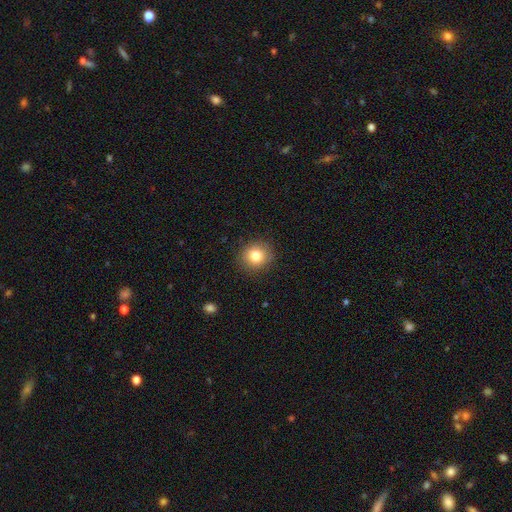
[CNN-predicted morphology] Smooth or featured?
  - smooth: 82% *
  - star or artifact: 11%
  - featured or disk: 8%
How rounded?
  - round: 88% *
  - in between: 11%
  - cigar-shaped: 1%
Merging?
  - none: 89% *
  - minor disturbance: 7%
  - major disturbance: 2%
  - merger: 1%